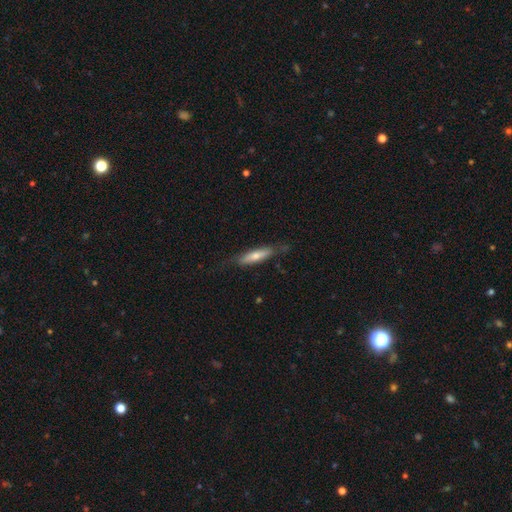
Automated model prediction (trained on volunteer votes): A smooth galaxy with no disk features (55%) that is cigar-shaped (79%).

Vote fractions:
- Smooth or featured? smooth: 55% / featured or disk: 39% / star or artifact: 6%
- How rounded? cigar-shaped: 79% / in between: 19% / round: 2%
- Merging? none: 74% / minor disturbance: 19% / major disturbance: 5% / merger: 2%